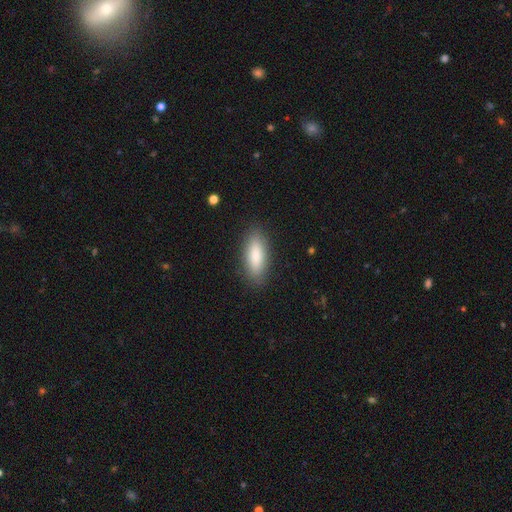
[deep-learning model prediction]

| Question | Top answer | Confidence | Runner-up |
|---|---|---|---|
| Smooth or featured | smooth | 83% | featured or disk (11%) |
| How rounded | in between | 67% | cigar-shaped (31%) |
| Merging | none | 87% | minor disturbance (9%) |